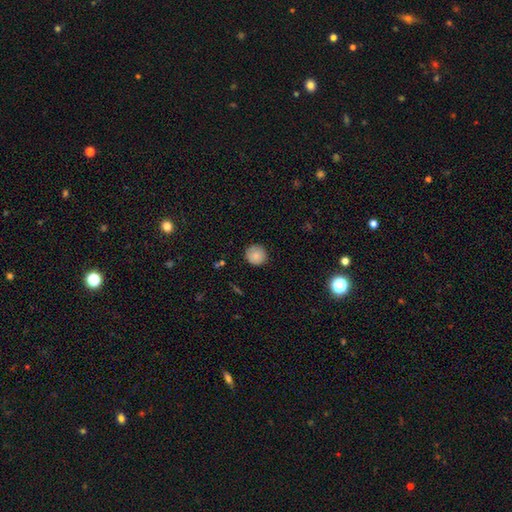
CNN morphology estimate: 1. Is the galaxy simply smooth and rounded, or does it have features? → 84% smooth, 8% star or artifact, 8% featured or disk.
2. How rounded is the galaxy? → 93% round, 6% in between, 1% cigar-shaped.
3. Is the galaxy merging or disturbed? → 88% none, 9% minor disturbance, 2% major disturbance, 1% merger.